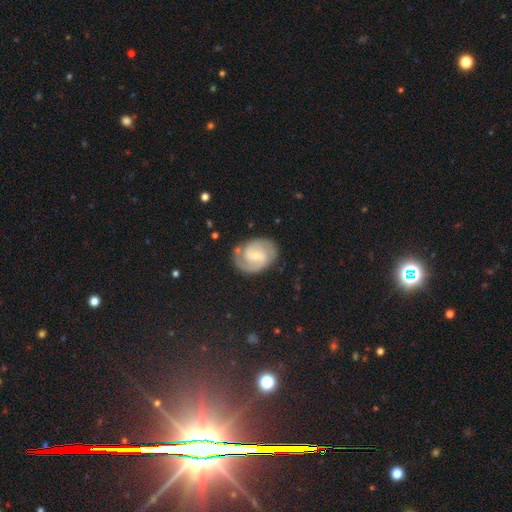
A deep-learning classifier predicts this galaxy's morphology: smooth_or_featured: featured or disk (p=0.82) [alt: smooth p=0.13]
disk_edge_on: no (p=0.98) [alt: yes p=0.02]
bar: weak (p=0.54) [alt: no p=0.30]
has_spiral_arms: yes (p=0.95) [alt: no p=0.05]
spiral_winding: medium (p=0.48) [alt: tight p=0.38]
spiral_arm_count: 2 (p=0.81) [alt: can't tell p=0.08]
bulge_size: small (p=0.62) [alt: moderate p=0.32]
merging: none (p=0.75) [alt: minor disturbance p=0.17]